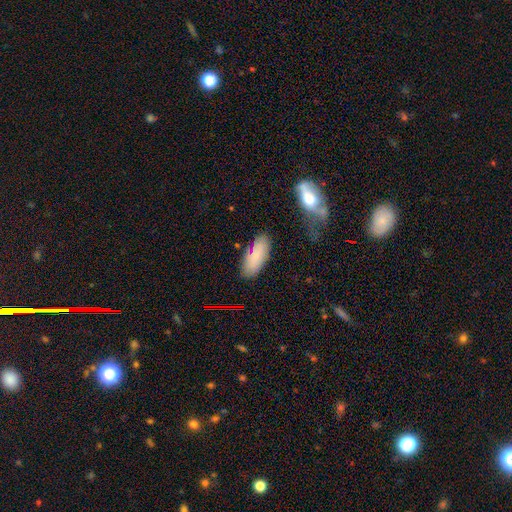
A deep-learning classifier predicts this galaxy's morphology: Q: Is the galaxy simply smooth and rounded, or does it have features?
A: smooth — 74%.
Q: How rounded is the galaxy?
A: in between — 83%.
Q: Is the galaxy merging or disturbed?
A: none — 76%.